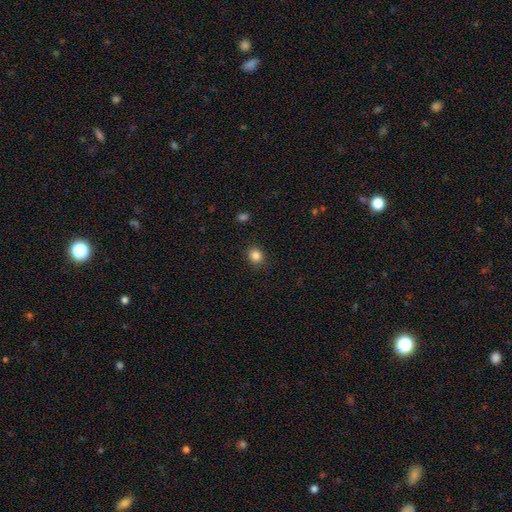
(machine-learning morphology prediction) This is clearly a smooth galaxy (84%). How rounded: likely round (76%). Merging: clearly none (89%).